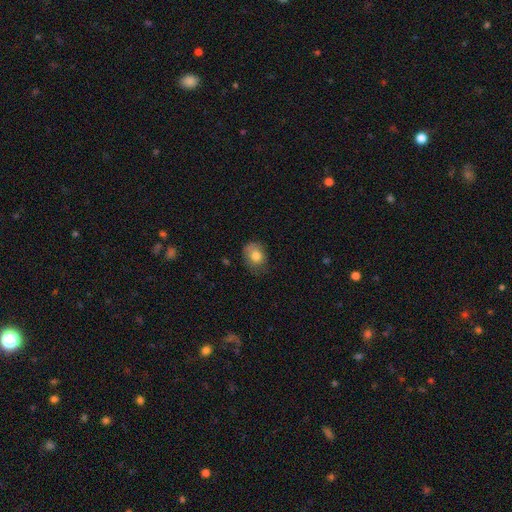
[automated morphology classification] Overall: smooth (78%). How rounded: in between (54%; round 45%). Merging: none (63%; minor disturbance 28%).